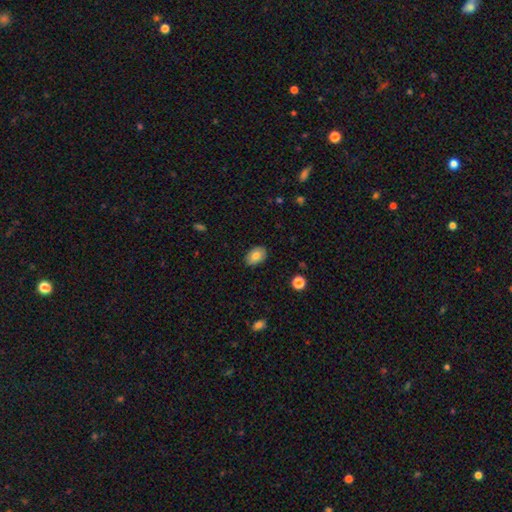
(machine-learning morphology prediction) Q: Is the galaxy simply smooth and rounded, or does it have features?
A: smooth — 81%.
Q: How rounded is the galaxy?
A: in between — 83%.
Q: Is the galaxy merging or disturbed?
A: none — 85%.